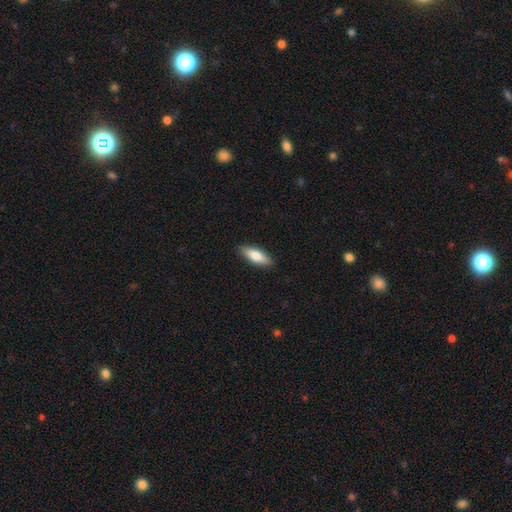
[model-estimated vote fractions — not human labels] Smooth or featured? smooth (74%)
How rounded? in between (60%)
Merging? none (89%)